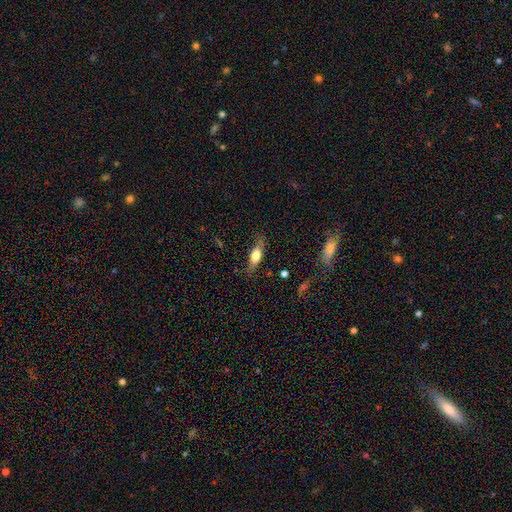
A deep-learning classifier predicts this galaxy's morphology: type=smooth (61%); roundness=in between (58%); merging=none (76%).